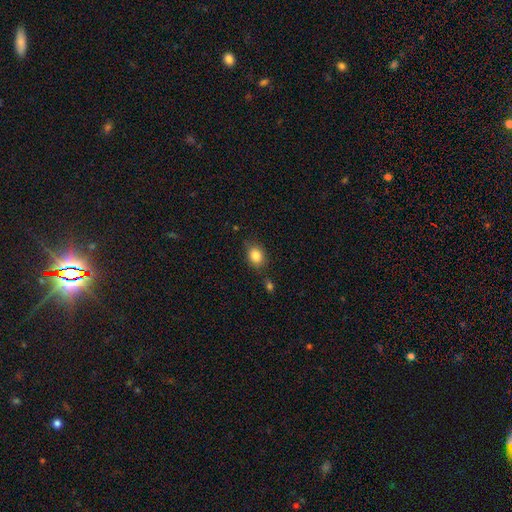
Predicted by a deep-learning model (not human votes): This is clearly a smooth galaxy (85%). How rounded: possibly in between (56%). Merging: likely none (76%).